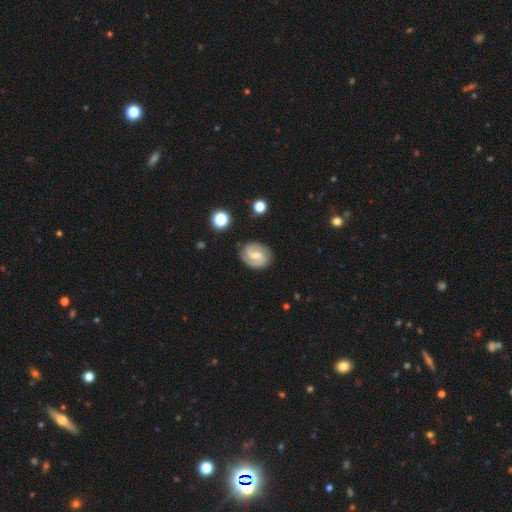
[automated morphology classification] A featured or disk galaxy (83%) with a weak bar (55%), 2 (90%) medium (49%) spiral arms (97%) and a small central bulge (47%). Merging: none (84%).